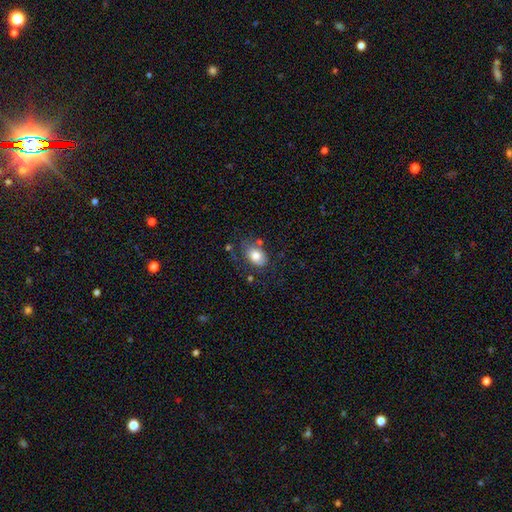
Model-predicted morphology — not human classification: type=smooth (79%); roundness=in between (78%); merging=none (59%).